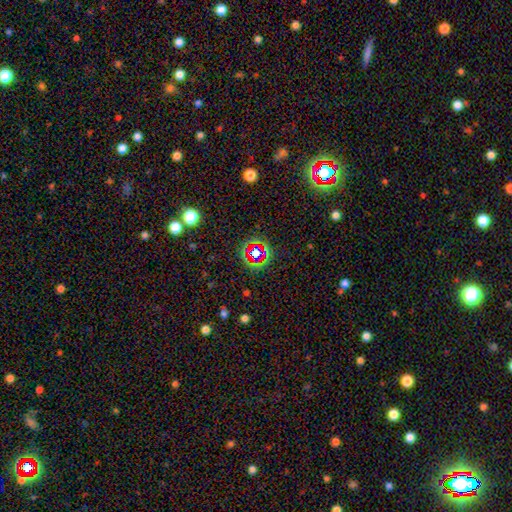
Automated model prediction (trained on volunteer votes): A star or artifact, not a galaxy (62%).